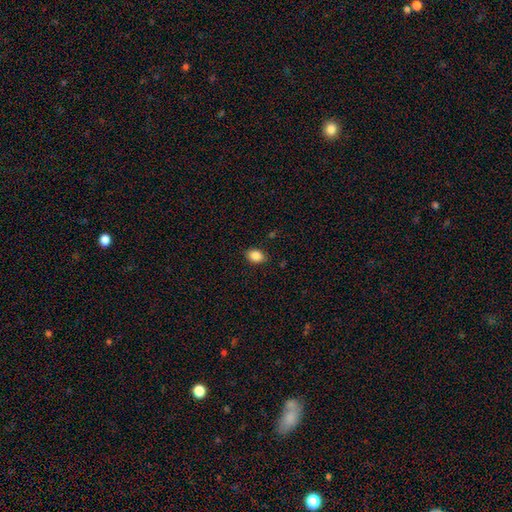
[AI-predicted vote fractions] Smooth or featured?
  - smooth: 87% *
  - star or artifact: 8%
  - featured or disk: 4%
How rounded?
  - in between: 80% *
  - round: 19%
  - cigar-shaped: 1%
Merging?
  - none: 86% *
  - minor disturbance: 10%
  - major disturbance: 2%
  - merger: 1%